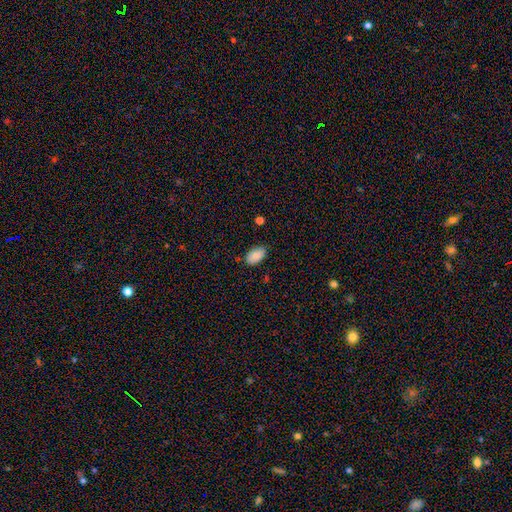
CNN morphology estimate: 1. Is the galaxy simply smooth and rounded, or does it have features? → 87% smooth, 7% star or artifact, 6% featured or disk.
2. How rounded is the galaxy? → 94% in between, 5% round, 1% cigar-shaped.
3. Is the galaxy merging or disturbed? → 81% none, 15% minor disturbance, 3% major disturbance, 1% merger.